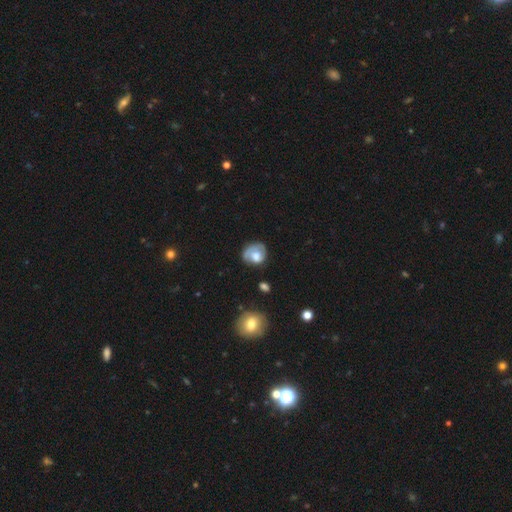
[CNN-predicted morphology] The model was most divided on "smooth or featured": smooth: 53%, featured or disk: 40%, star or artifact: 7%. More confident: how rounded — round (67%); merging — none (50%).